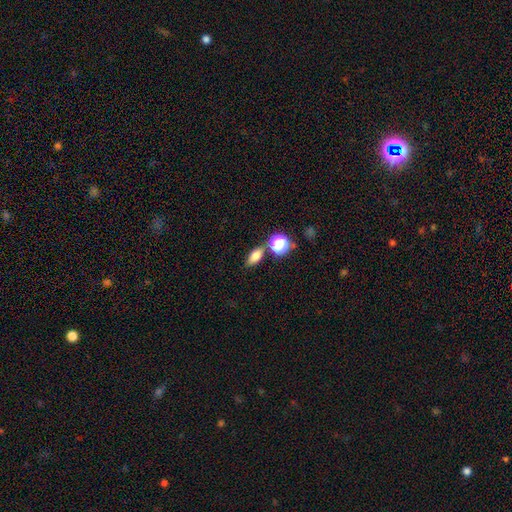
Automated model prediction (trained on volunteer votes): smooth-or-featured: smooth: 75% | star or artifact: 14% | featured or disk: 11%
  how-rounded: in between: 75% | round: 16% | cigar-shaped: 9%
  merging: none: 72% | merger: 13% | minor disturbance: 12% | major disturbance: 3%